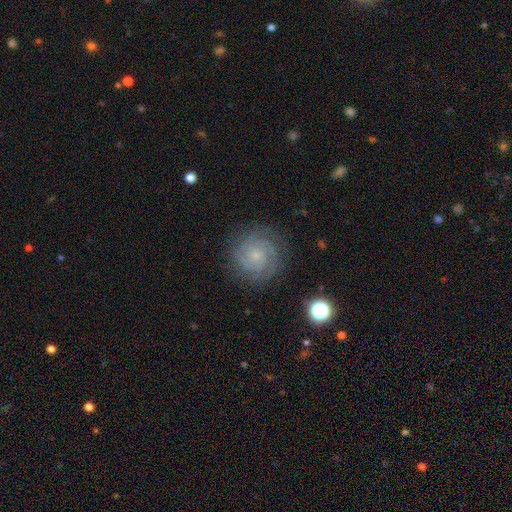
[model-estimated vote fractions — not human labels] smooth-or-featured: featured or disk: 83% | smooth: 9% | star or artifact: 8%
  disk-edge-on: no: 98% | yes: 2%
    bar: no: 76% | weak: 20% | strong: 4%
    has-spiral-arms: yes: 98% | no: 2%
      spiral-winding: tight: 77% | medium: 20% | loose: 3%
      spiral-arm-count: 2: 36% | 3: 26% | can't tell: 17% | 4: 10% | more than 4: 6% | 1: 6%
    bulge-size: small: 80% | moderate: 13% | none: 6% | large: 1% | dominant: 1%
  merging: none: 83% | minor disturbance: 12% | major disturbance: 4% | merger: 1%